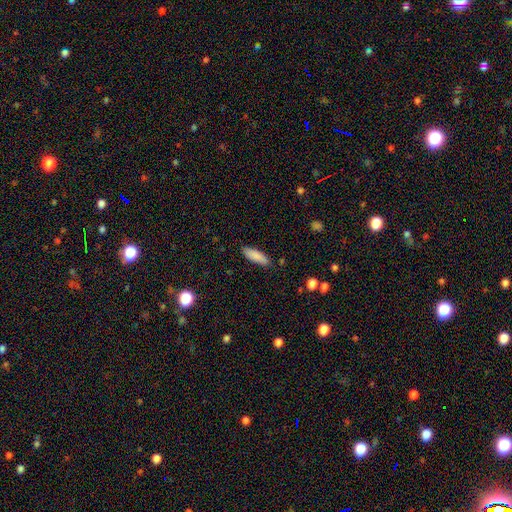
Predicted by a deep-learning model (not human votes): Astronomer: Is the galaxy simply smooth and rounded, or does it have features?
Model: smooth — 86%.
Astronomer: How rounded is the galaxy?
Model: in between — 51% (runner-up: cigar-shaped, 47%).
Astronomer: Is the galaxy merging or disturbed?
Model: none — 85%.